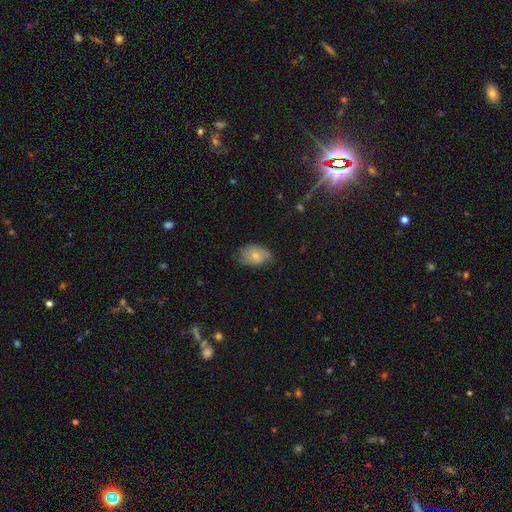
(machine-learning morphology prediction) Q: Smooth or featured?
A: smooth (63%); runner-up: featured or disk (29%)
Q: How rounded?
A: in between (85%); runner-up: round (13%)
Q: Merging?
A: none (54%); runner-up: minor disturbance (36%)